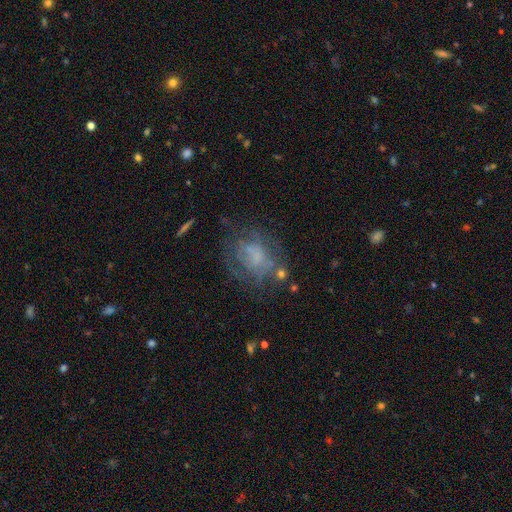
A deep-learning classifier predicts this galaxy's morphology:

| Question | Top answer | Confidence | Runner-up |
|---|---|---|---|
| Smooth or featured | featured or disk | 51% | smooth (32%) |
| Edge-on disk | no | 96% | yes (4%) |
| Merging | none | 58% | minor disturbance (20%) |